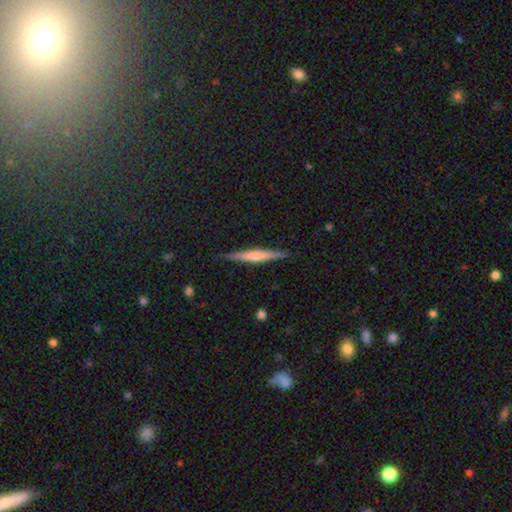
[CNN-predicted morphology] A featured or disk galaxy (58%) viewed edge-on (97%) with a rounded central bulge (56%).

Vote fractions:
- Smooth or featured? featured or disk: 58% / smooth: 36% / star or artifact: 6%
- Edge-on disk? yes: 97% / no: 3%
- Edge-on bulge? rounded: 56% / none: 26% / boxy: 18%
- Merging? none: 88% / minor disturbance: 9% / major disturbance: 2% / merger: 1%